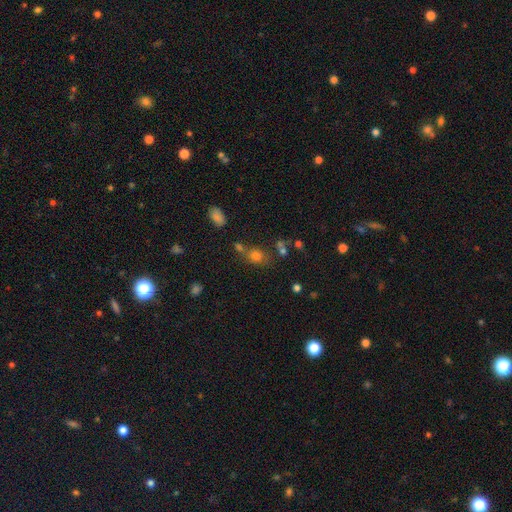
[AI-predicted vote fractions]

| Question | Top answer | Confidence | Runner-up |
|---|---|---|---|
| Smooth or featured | smooth | 73% | star or artifact (17%) |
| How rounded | round | 53% | in between (45%) |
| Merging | none | 56% | merger (25%) |